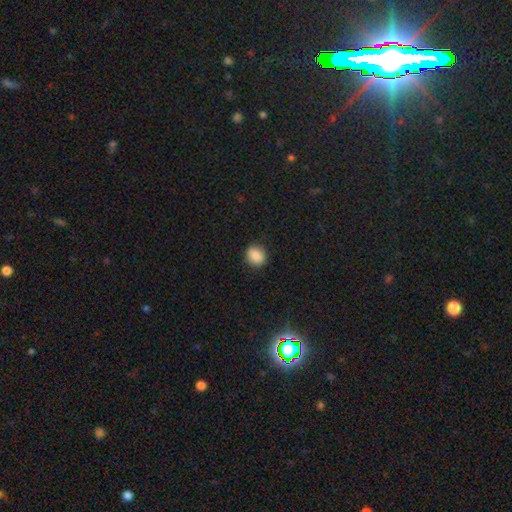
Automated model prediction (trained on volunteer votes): Q: Smooth or featured?
A: smooth (87%); runner-up: star or artifact (9%)
Q: How rounded?
A: round (66%); runner-up: in between (33%)
Q: Merging?
A: none (87%); runner-up: minor disturbance (10%)